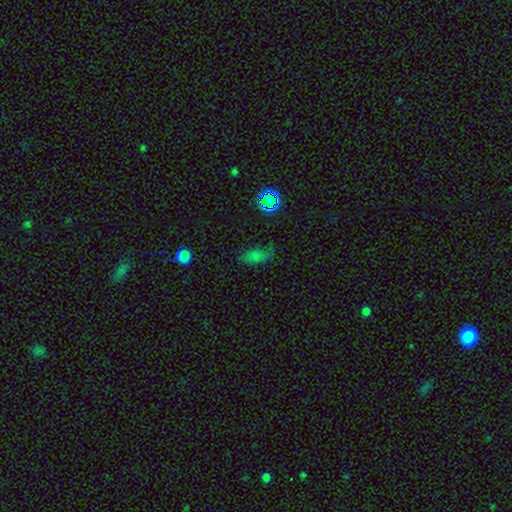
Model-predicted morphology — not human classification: type=smooth (61%); roundness=in between (85%); merging=none (60%).